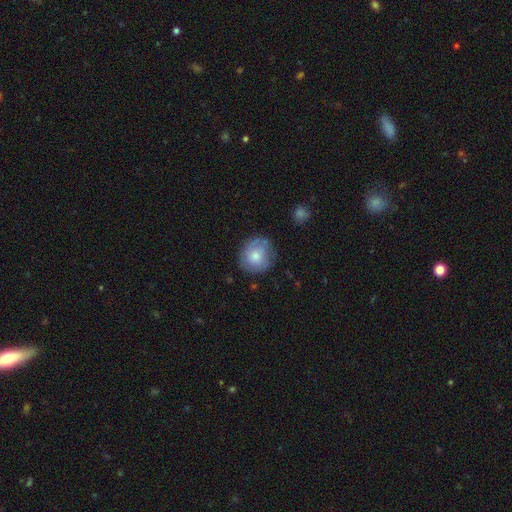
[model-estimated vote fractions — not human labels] A smooth galaxy with no disk features (62%) that is round (86%).

Vote fractions:
- Smooth or featured? smooth: 62% / featured or disk: 31% / star or artifact: 7%
- How rounded? round: 86% / in between: 13% / cigar-shaped: 1%
- Merging? none: 72% / minor disturbance: 20% / major disturbance: 6% / merger: 2%